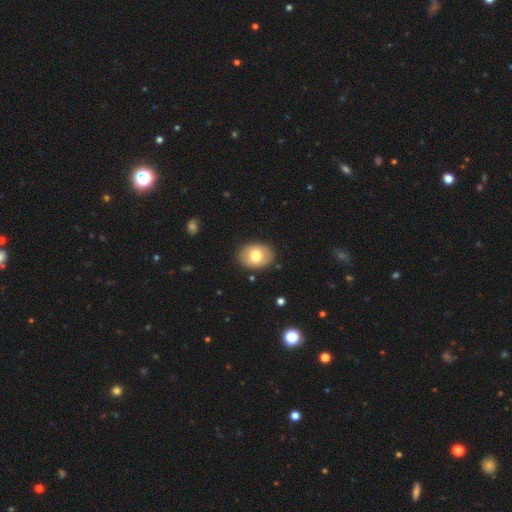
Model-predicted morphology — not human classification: This is likely a smooth galaxy (74%). How rounded: likely in between (69%). Merging: clearly none (86%).